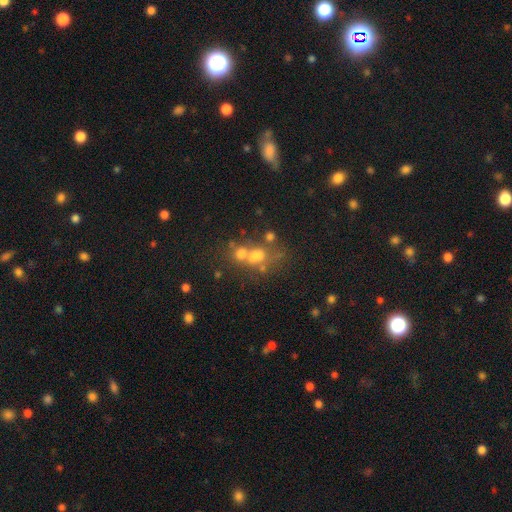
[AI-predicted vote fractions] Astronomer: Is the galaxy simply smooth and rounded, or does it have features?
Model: smooth — 50% (runner-up: featured or disk, 25%).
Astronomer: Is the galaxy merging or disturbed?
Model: merger — 46% (runner-up: none, 34%).